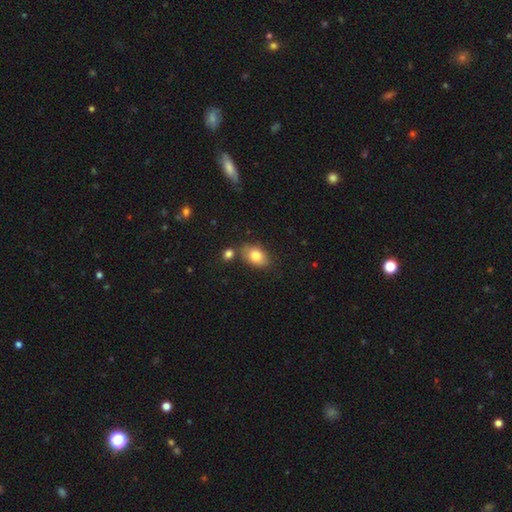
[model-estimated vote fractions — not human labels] smooth 81%, featured or disk 11%, star or artifact 8%. Down the decision tree: how rounded — in between (84%); merging — none (71%).